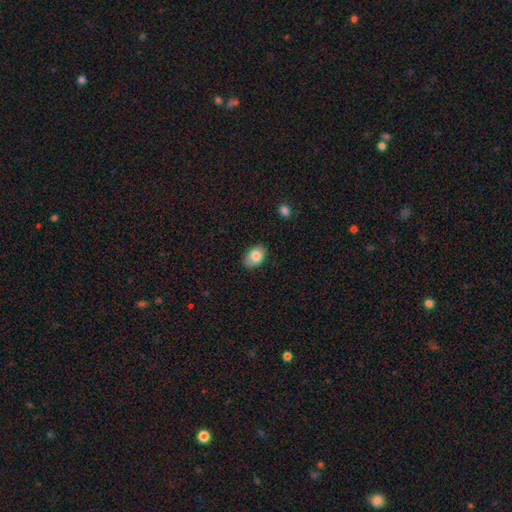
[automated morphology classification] Smooth or featured: smooth — 83% (featured or disk — 10%)
How rounded: in between — 88% (round — 11%)
Merging: none — 82% (minor disturbance — 14%)